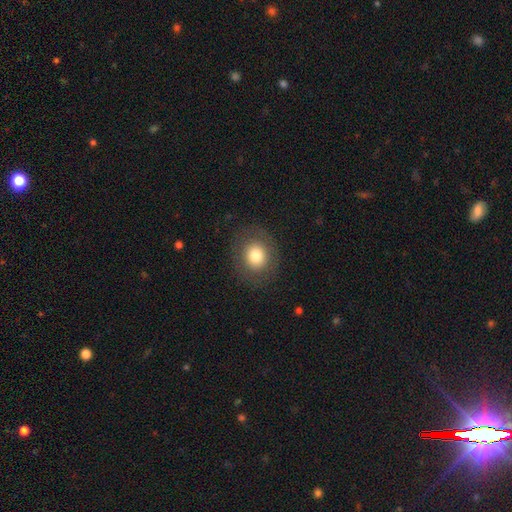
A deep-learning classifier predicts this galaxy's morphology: The model was most divided on "how rounded": round: 73%, in between: 26%, cigar-shaped: 1%. More confident: merging — none (86%); smooth or featured — smooth (76%).